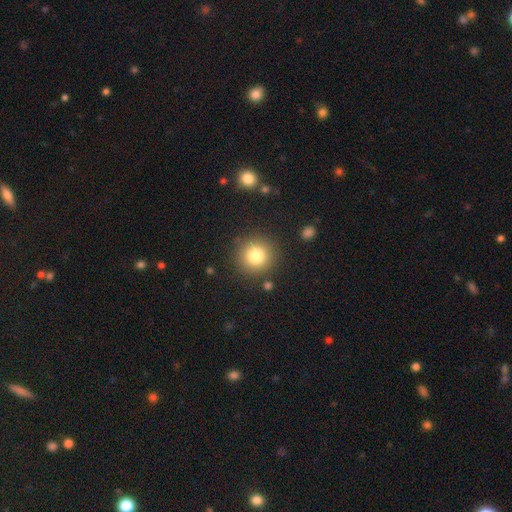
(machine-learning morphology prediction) smooth_or_featured: smooth (p=0.81) [alt: star or artifact p=0.11]
how_rounded: round (p=0.94) [alt: in between p=0.05]
merging: none (p=0.87) [alt: minor disturbance p=0.07]